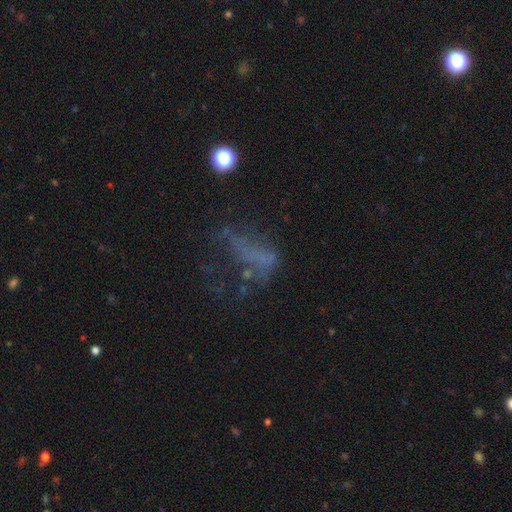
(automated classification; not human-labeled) This is marginally a featured or disk galaxy (41%). Merging: marginally major disturbance (41%).